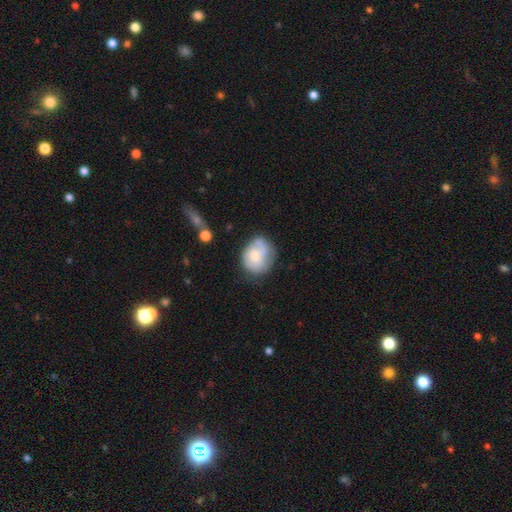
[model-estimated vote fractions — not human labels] Overall: smooth (49%; featured or disk 44%). Merging: none (53%; minor disturbance 30%).